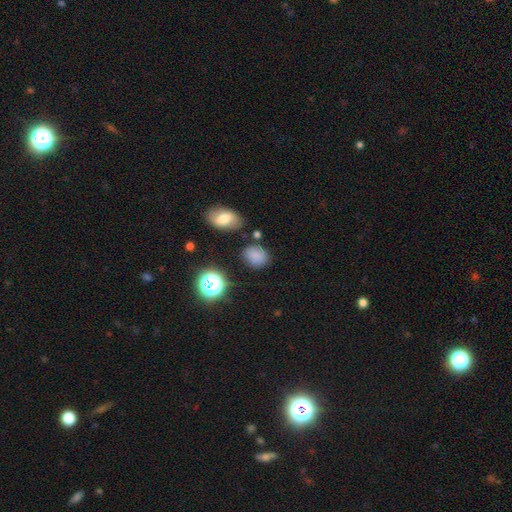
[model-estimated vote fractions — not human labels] Q: Smooth or featured?
A: smooth (79%); runner-up: star or artifact (15%)
Q: How rounded?
A: in between (53%); runner-up: round (46%)
Q: Merging?
A: none (75%); runner-up: minor disturbance (15%)